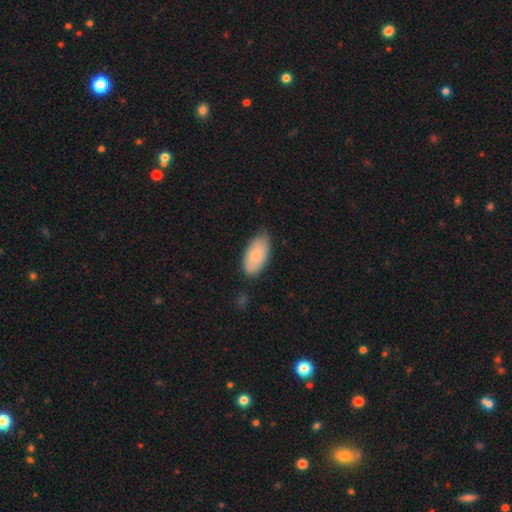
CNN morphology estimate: Q: Smooth or featured?
A: smooth (84%); runner-up: featured or disk (10%)
Q: How rounded?
A: in between (94%); runner-up: cigar-shaped (4%)
Q: Merging?
A: none (69%); runner-up: minor disturbance (26%)